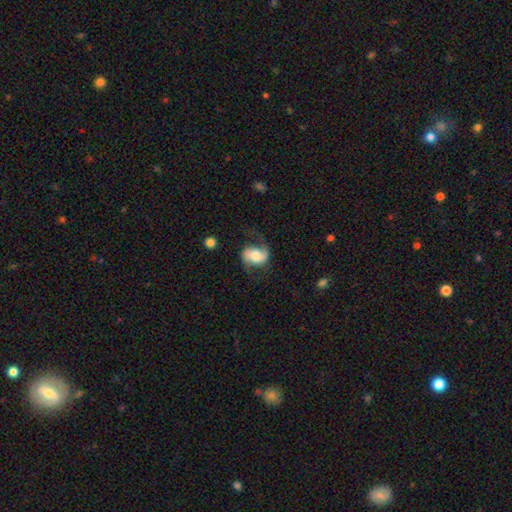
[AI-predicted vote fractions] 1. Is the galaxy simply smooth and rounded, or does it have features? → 62% featured or disk, 30% smooth, 7% star or artifact.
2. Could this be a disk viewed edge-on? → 97% no, 3% yes.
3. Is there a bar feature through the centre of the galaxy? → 43% no, 36% weak, 21% strong.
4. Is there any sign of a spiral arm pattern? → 91% yes, 9% no.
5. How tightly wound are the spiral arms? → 56% loose, 34% medium, 10% tight.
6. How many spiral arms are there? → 83% 2, 10% 1, 4% can't tell, 1% 3, 1% 4, 1% more than 4.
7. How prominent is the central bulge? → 50% moderate, 25% large, 16% small, 5% dominant, 4% none.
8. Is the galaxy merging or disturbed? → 58% none, 22% minor disturbance, 19% major disturbance, 2% merger.